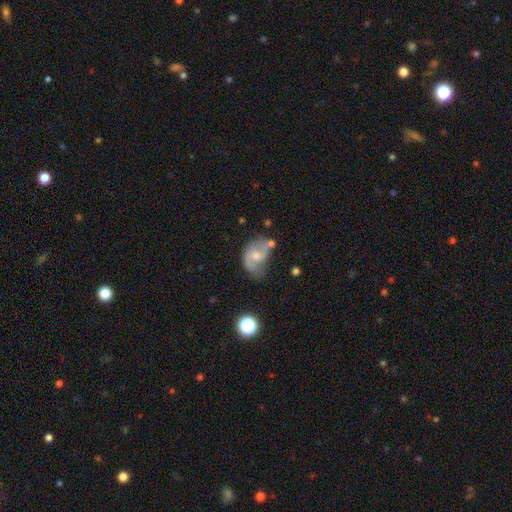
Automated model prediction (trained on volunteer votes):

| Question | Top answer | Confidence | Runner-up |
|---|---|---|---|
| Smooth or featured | featured or disk | 59% | smooth (32%) |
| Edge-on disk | no | 97% | yes (3%) |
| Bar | no | 56% | weak (37%) |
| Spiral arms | yes | 77% | no (23%) |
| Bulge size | moderate | 53% | small (35%) |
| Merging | none | 37% | minor disturbance (32%) |